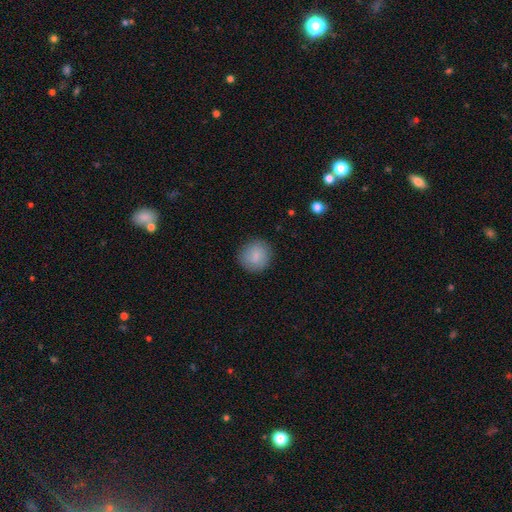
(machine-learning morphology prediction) Smooth or featured? Predicted: smooth (p=0.84). How rounded? Predicted: round (p=0.89). Merging? Predicted: none (p=0.87).